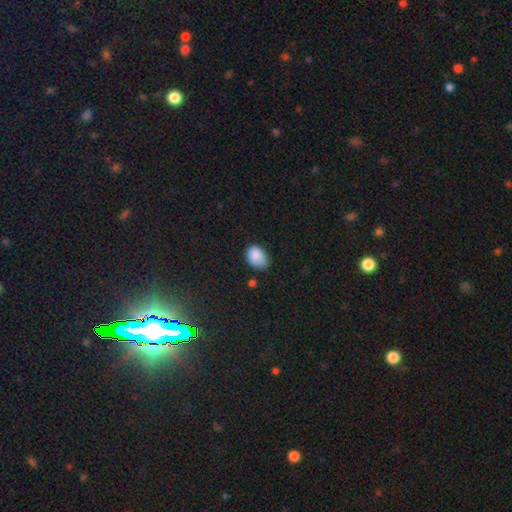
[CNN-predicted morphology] Smooth or featured? Predicted: smooth (p=0.86). How rounded? Predicted: in between (p=0.77). Merging? Predicted: none (p=0.53).